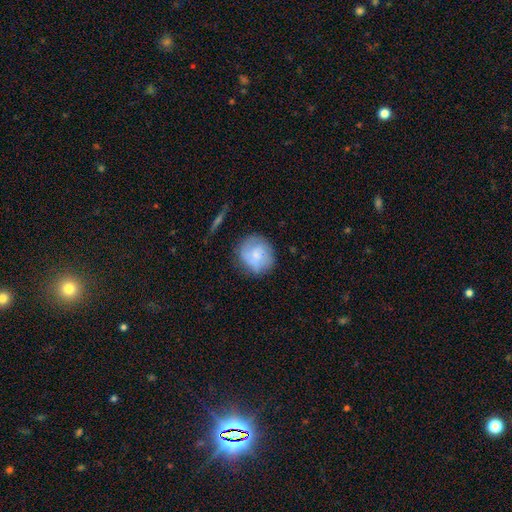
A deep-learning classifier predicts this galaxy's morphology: This appears to be a smooth galaxy with no disk features (53%) that is round (87%). Merging: none (70%).